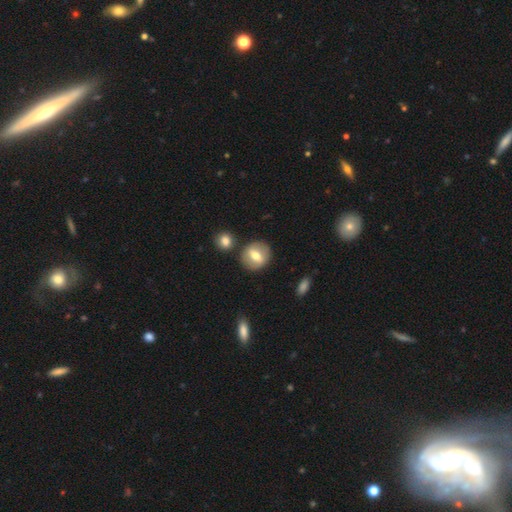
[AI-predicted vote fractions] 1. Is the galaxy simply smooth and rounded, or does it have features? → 53% smooth, 40% featured or disk, 7% star or artifact.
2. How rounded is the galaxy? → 75% round, 23% in between, 2% cigar-shaped.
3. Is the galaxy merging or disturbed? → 81% none, 9% minor disturbance, 7% merger, 3% major disturbance.